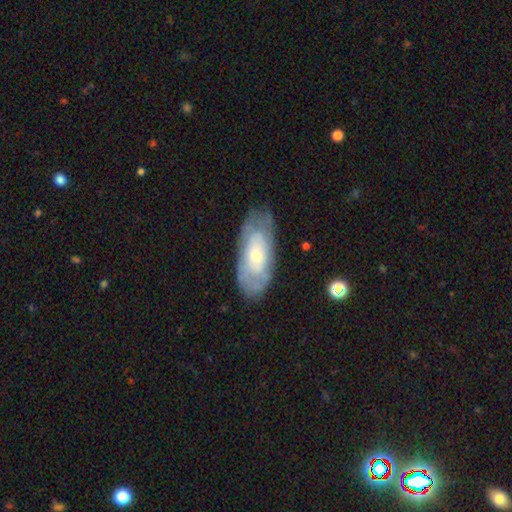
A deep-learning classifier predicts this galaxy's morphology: type=featured or disk (53%); edge-on=no (88%); merging=none (70%).